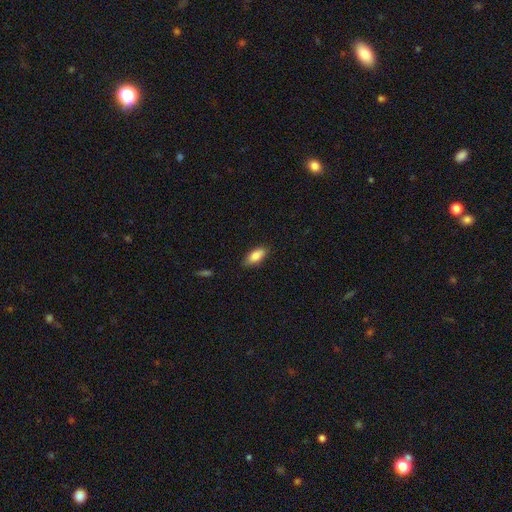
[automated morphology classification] Smooth or featured: smooth — 83% (featured or disk — 10%)
How rounded: in between — 85% (cigar-shaped — 12%)
Merging: none — 82% (minor disturbance — 14%)